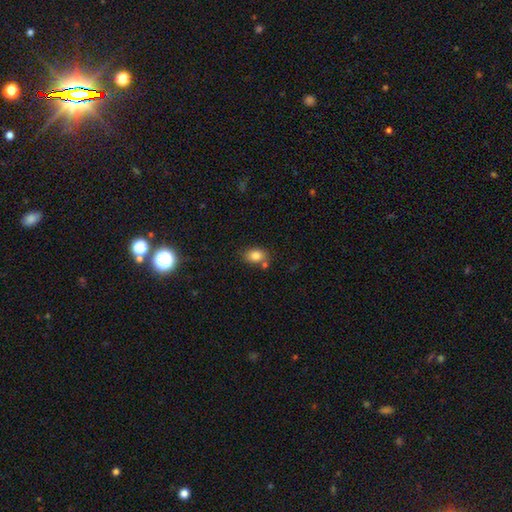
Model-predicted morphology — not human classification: Smooth or featured: smooth — 83% (star or artifact — 9%)
How rounded: in between — 74% (round — 24%)
Merging: none — 68% (minor disturbance — 15%)